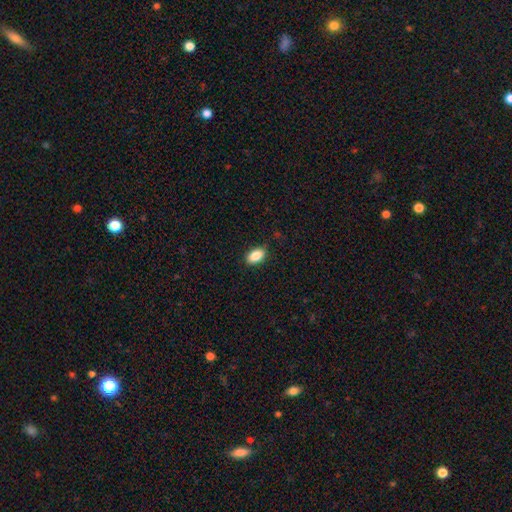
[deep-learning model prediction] Q: Smooth or featured?
A: smooth (86%); runner-up: star or artifact (8%)
Q: How rounded?
A: in between (91%); runner-up: round (7%)
Q: Merging?
A: none (87%); runner-up: minor disturbance (10%)